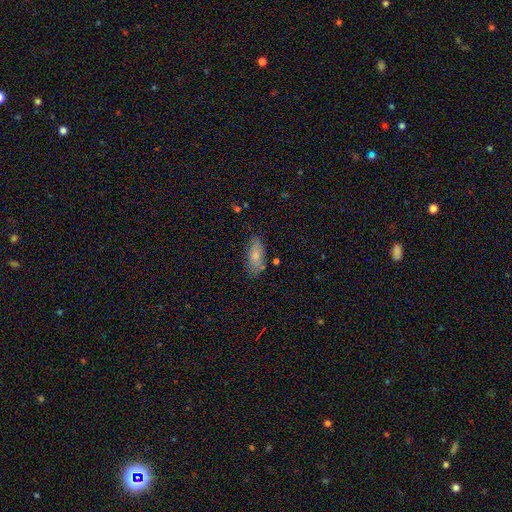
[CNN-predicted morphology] The model was most divided on "merging": none: 76%, minor disturbance: 17%, major disturbance: 4%, merger: 4%. More confident: how rounded — in between (83%); smooth or featured — smooth (79%).